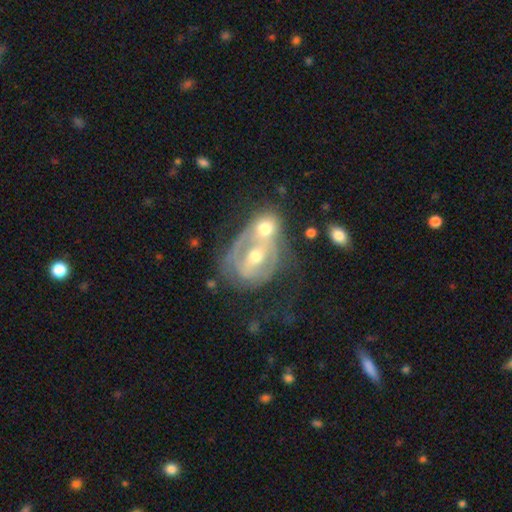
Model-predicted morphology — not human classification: A featured or disk galaxy (74%) with a weak bar (37%), spiral arms (61%) and a moderate central bulge (68%). Merging: merger (55%).